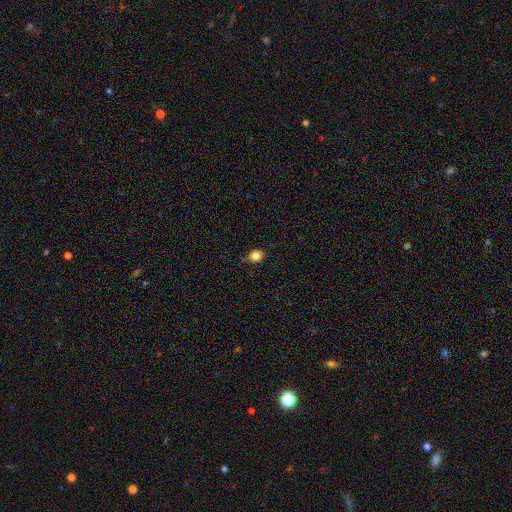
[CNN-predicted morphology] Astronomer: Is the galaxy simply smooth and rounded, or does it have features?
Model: smooth — 83%.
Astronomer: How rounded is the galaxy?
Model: round — 61% (runner-up: in between, 38%).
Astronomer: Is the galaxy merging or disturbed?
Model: none — 81%.